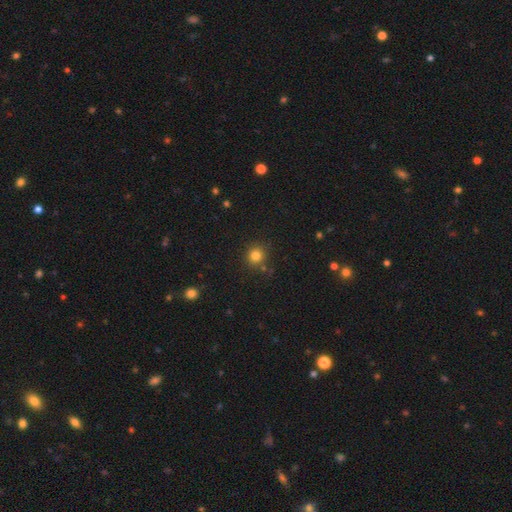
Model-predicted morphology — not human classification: smooth 81%, star or artifact 14%, featured or disk 5%. Down the decision tree: how rounded — round (91%); merging — none (83%).